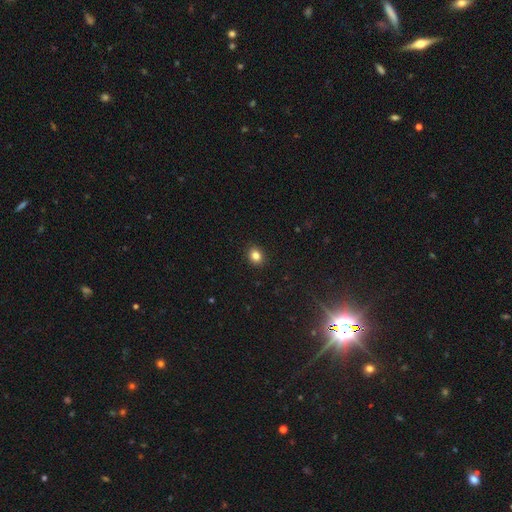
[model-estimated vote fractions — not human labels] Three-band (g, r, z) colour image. It shows a smooth galaxy with no disk features (84%) that is round (57%). Merging: none (91%).